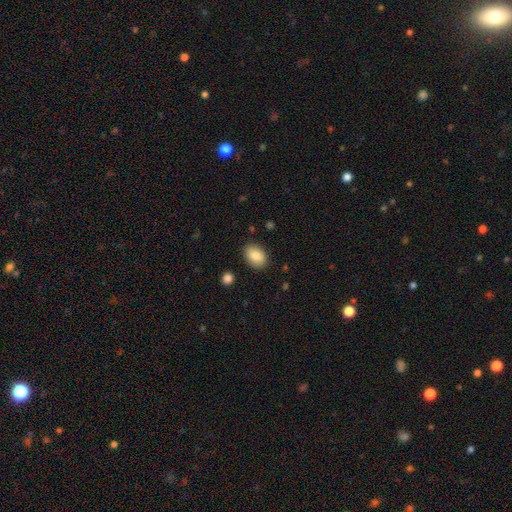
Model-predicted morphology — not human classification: type=smooth (87%); roundness=in between (83%); merging=none (86%).